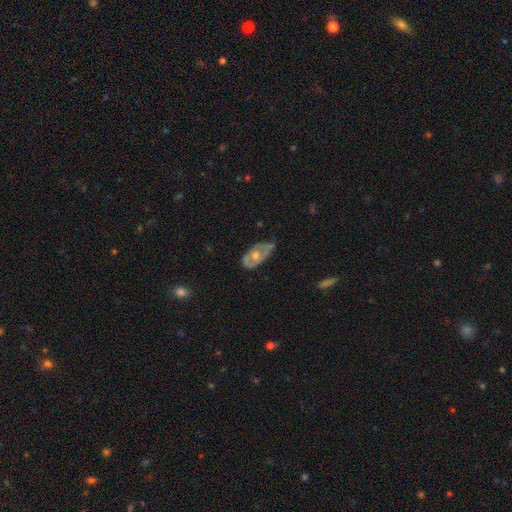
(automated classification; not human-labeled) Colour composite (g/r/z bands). It shows a featured or disk galaxy (58%) with no bar (81%), no spiral arms (67%) and a moderate central bulge (68%). Merging: none (51%).